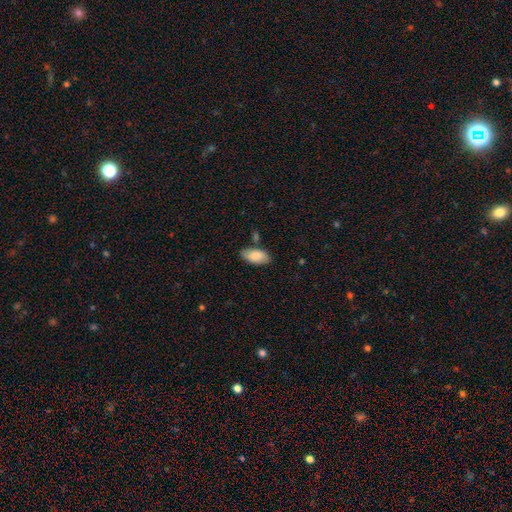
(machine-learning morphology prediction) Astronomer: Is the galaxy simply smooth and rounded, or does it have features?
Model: smooth — 83%.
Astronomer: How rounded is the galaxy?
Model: in between — 94%.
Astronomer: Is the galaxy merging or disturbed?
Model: none — 79%.